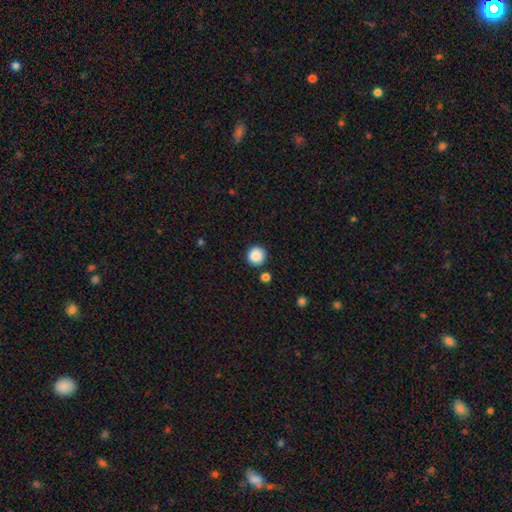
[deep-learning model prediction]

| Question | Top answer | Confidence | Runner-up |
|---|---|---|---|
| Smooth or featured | smooth | 88% | star or artifact (9%) |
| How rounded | round | 95% | in between (4%) |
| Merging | none | 87% | minor disturbance (7%) |